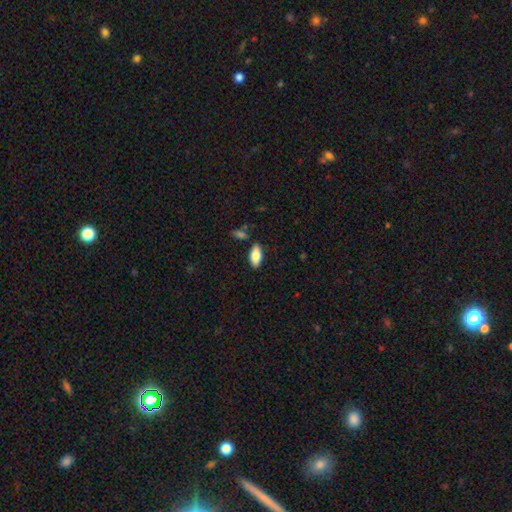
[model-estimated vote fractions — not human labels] Q: Smooth or featured?
A: smooth (80%); runner-up: featured or disk (14%)
Q: How rounded?
A: in between (87%); runner-up: cigar-shaped (11%)
Q: Merging?
A: none (85%); runner-up: minor disturbance (9%)